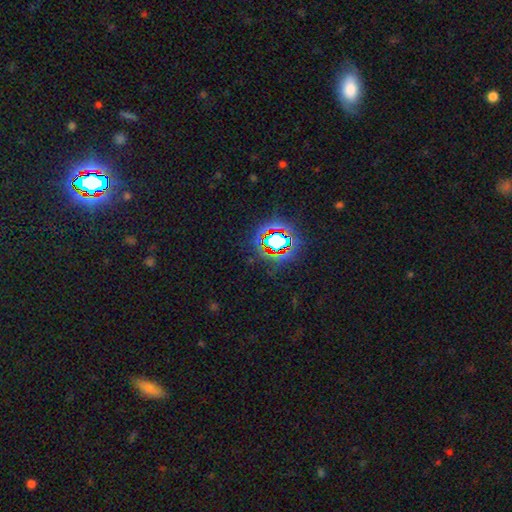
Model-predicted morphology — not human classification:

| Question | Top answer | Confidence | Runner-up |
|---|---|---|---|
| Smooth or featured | star or artifact | 76% | smooth (15%) |